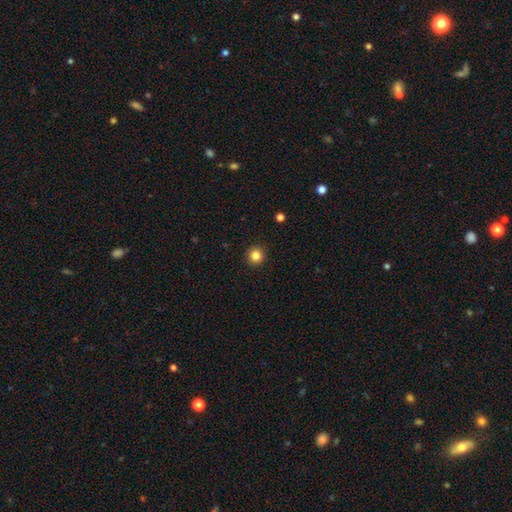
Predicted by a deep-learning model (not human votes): smooth 84%, star or artifact 11%, featured or disk 4%. Down the decision tree: how rounded — round (94%); merging — none (93%).